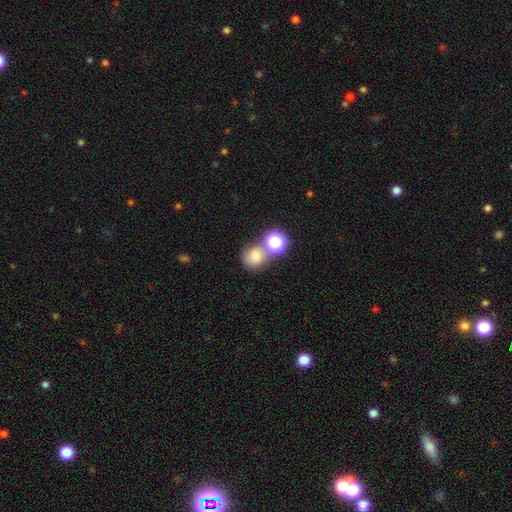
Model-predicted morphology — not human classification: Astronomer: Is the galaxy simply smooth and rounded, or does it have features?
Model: smooth — 70%.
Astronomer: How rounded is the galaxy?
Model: round — 82%.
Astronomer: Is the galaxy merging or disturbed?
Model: none — 53% (runner-up: merger, 32%).